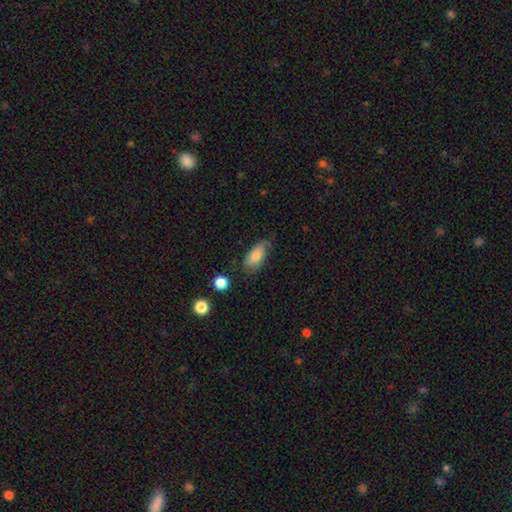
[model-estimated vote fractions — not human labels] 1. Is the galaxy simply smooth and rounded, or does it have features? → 80% smooth, 12% featured or disk, 7% star or artifact.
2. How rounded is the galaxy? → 89% in between, 7% cigar-shaped, 4% round.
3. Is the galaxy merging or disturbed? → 61% none, 29% minor disturbance, 7% major disturbance, 3% merger.